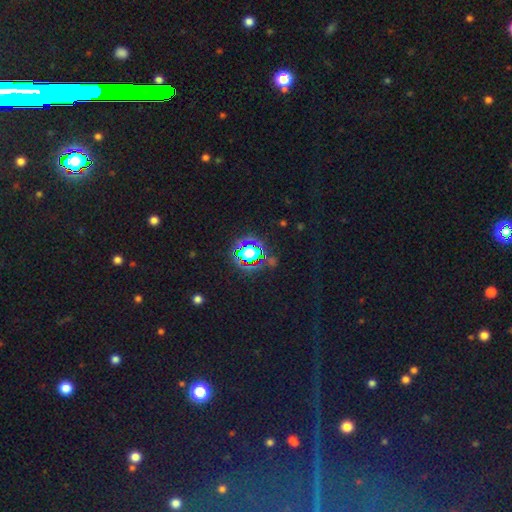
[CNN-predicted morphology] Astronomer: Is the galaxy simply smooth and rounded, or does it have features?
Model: star or artifact — 82%.